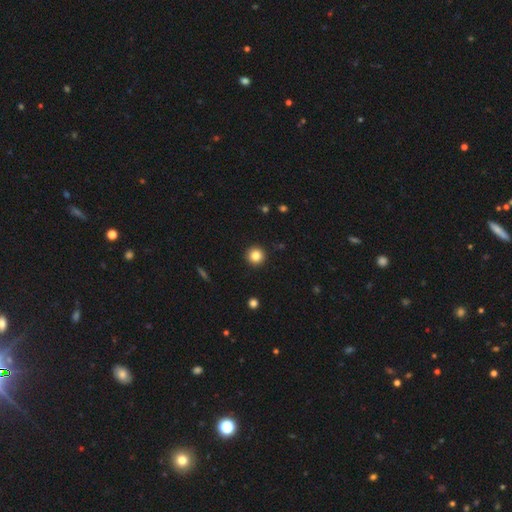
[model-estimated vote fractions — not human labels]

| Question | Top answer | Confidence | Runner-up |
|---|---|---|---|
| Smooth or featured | smooth | 84% | star or artifact (11%) |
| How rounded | round | 96% | in between (3%) |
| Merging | none | 93% | minor disturbance (4%) |